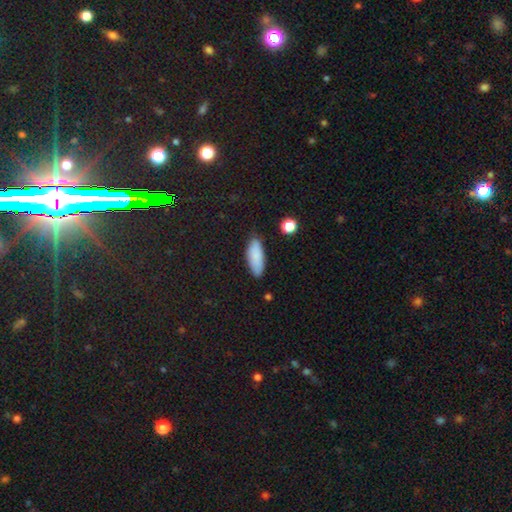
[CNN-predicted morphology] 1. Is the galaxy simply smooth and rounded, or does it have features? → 85% smooth, 8% featured or disk, 7% star or artifact.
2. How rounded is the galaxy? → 76% in between, 22% cigar-shaped, 2% round.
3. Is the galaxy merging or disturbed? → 79% none, 16% minor disturbance, 3% major disturbance, 2% merger.